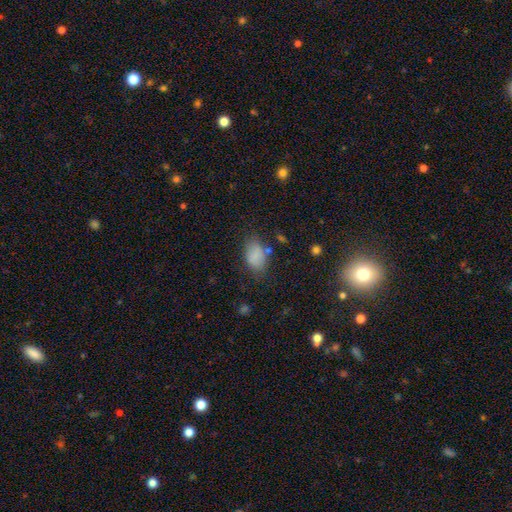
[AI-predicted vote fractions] Smooth or featured? Predicted: smooth (p=0.82). How rounded? Predicted: in between (p=0.86). Merging? Predicted: none (p=0.66).